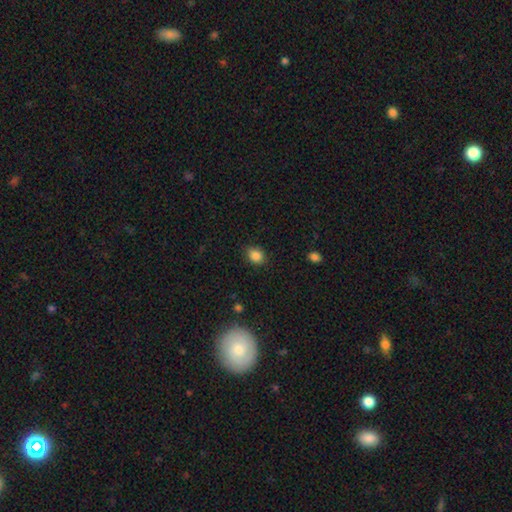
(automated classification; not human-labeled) A smooth galaxy with no disk features (85%) that is round (53%). Merging: none (86%).